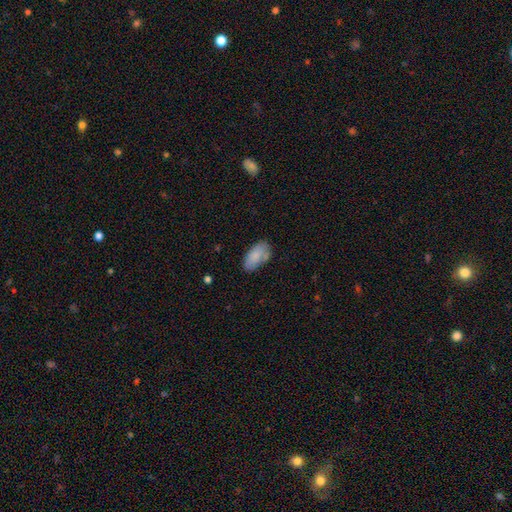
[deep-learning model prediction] Smooth or featured?
  - smooth: 82% *
  - featured or disk: 11%
  - star or artifact: 7%
How rounded?
  - in between: 94% *
  - cigar-shaped: 3%
  - round: 2%
Merging?
  - none: 68% *
  - minor disturbance: 22%
  - major disturbance: 5%
  - merger: 5%